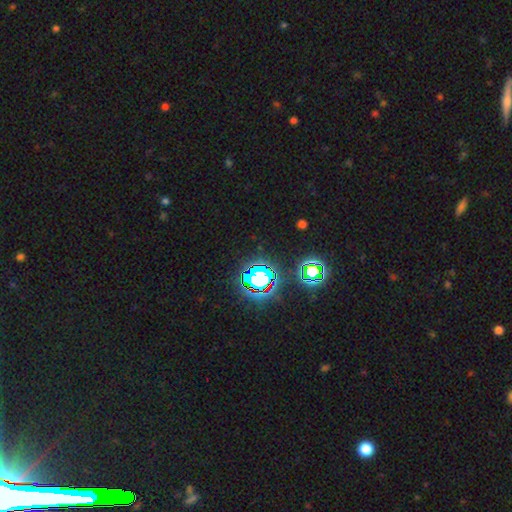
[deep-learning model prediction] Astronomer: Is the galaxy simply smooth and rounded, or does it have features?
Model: star or artifact — 80%.